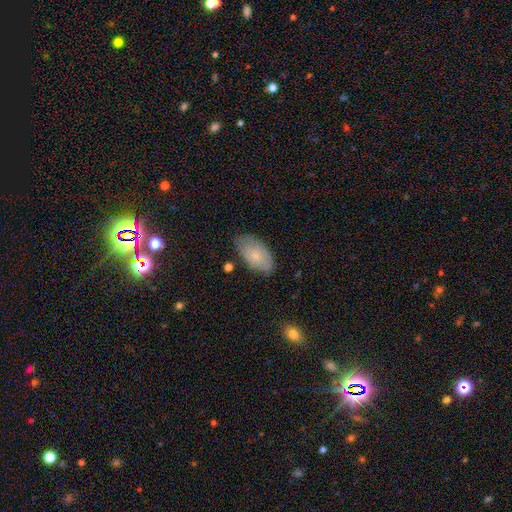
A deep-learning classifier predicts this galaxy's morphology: smooth 71%, featured or disk 22%, star or artifact 7%. Down the decision tree: how rounded — in between (94%); merging — none (71%).